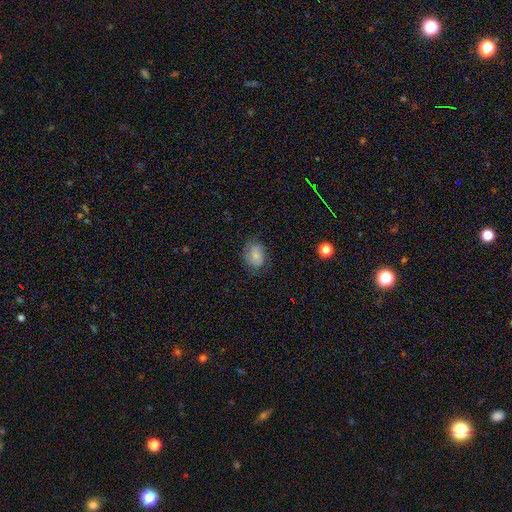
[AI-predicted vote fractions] A smooth galaxy with no disk features (71%) that is in between round and cigar-shaped (56%). Merging: none (66%).